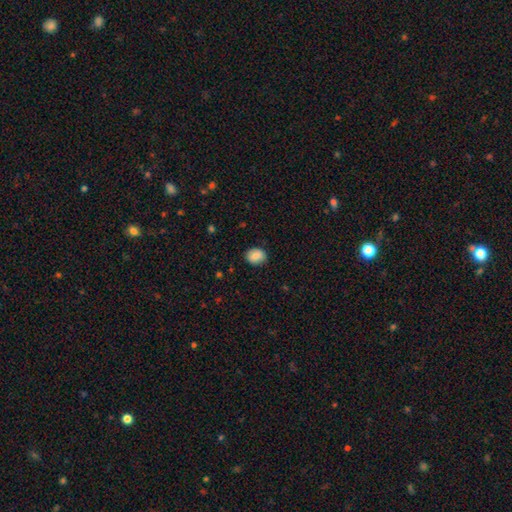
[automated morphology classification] smooth-or-featured: smooth: 85% | star or artifact: 8% | featured or disk: 7%
  how-rounded: in between: 56% | round: 43% | cigar-shaped: 1%
  merging: none: 84% | minor disturbance: 12% | major disturbance: 3% | merger: 1%